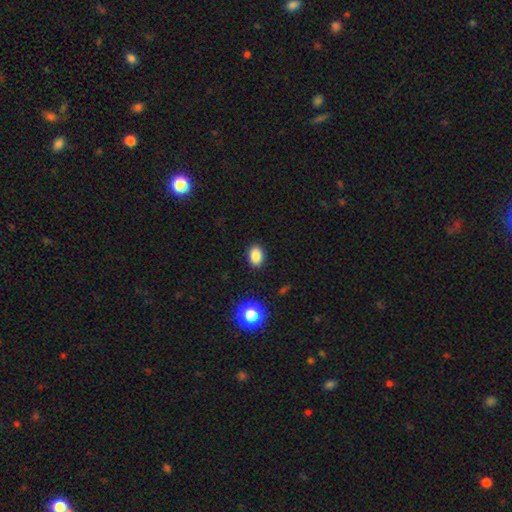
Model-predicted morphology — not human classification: Smooth or featured? smooth (85%)
How rounded? in between (73%)
Merging? none (90%)